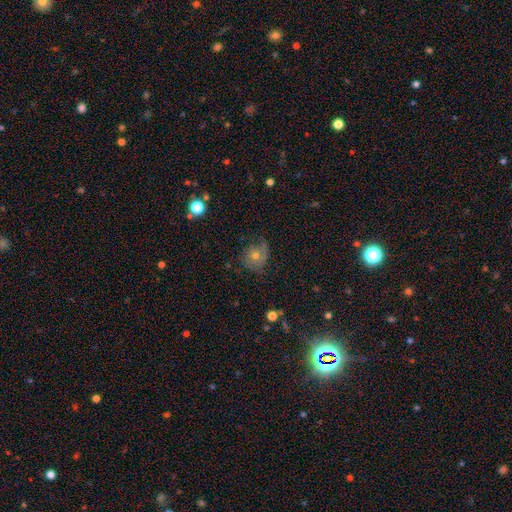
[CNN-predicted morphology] Smooth or featured? Predicted: featured or disk (p=0.50). Edge-on disk? Predicted: no (p=0.95). Merging? Predicted: none (p=0.60).